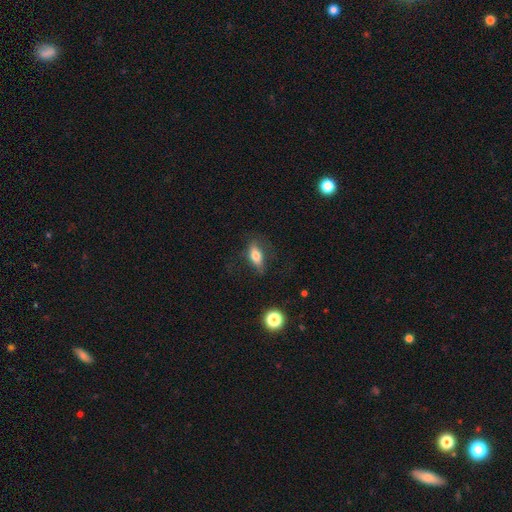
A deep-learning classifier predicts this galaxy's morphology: A smooth galaxy with no disk features (66%) that is in between round and cigar-shaped (68%).

Vote fractions:
- Smooth or featured? smooth: 66% / featured or disk: 26% / star or artifact: 8%
- How rounded? in between: 68% / cigar-shaped: 27% / round: 6%
- Merging? none: 71% / minor disturbance: 19% / major disturbance: 9% / merger: 2%